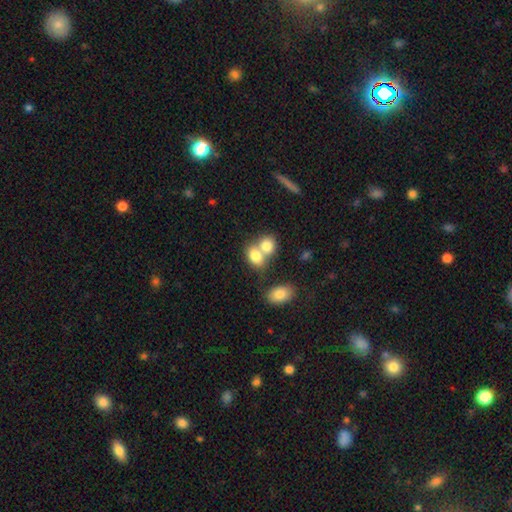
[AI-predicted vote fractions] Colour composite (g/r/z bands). It shows a smooth galaxy with no disk features (78%) that is in between round and cigar-shaped (63%). Merging: merger (60%).